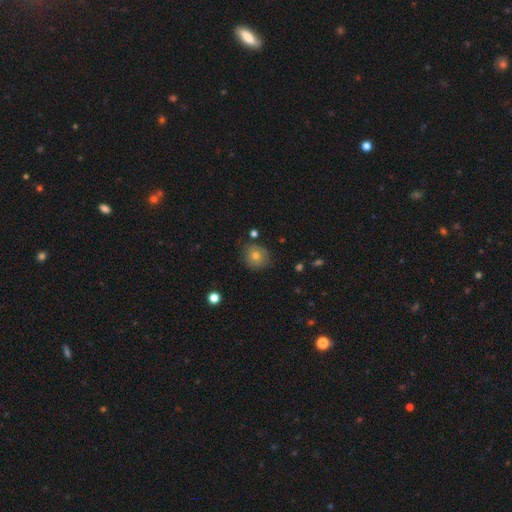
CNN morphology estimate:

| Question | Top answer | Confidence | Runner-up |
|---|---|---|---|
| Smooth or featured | smooth | 69% | featured or disk (19%) |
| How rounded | round | 87% | in between (12%) |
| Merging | none | 80% | minor disturbance (14%) |